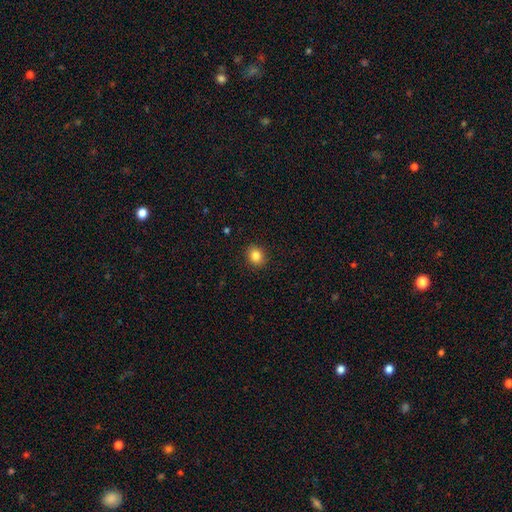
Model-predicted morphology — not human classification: This is clearly a smooth galaxy (84%). How rounded: likely round (72%). Merging: clearly none (91%).